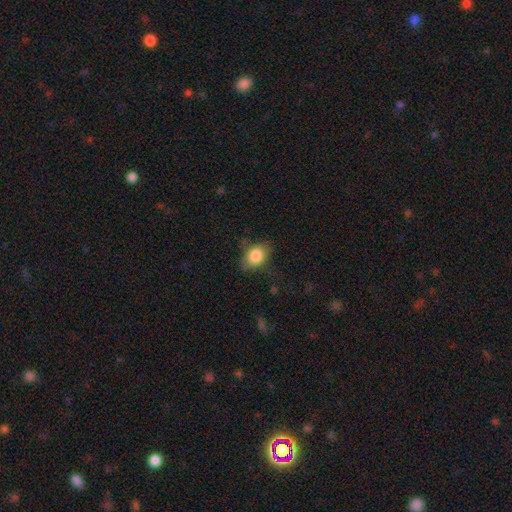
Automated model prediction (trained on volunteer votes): Morphology: type=smooth (83%); roundness=in between (68%); merging=none (70%).